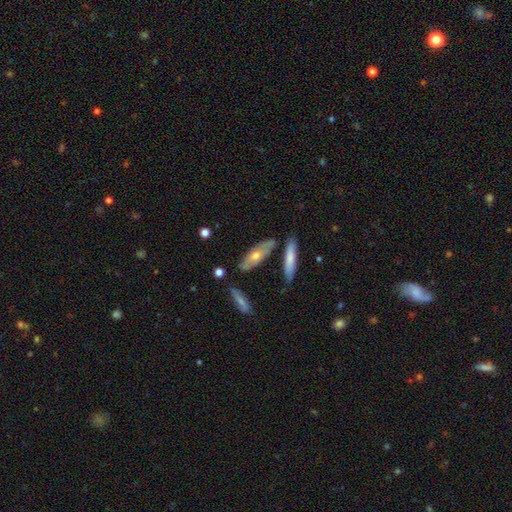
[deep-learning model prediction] Smooth or featured? smooth (47%)
Merging? none (73%)